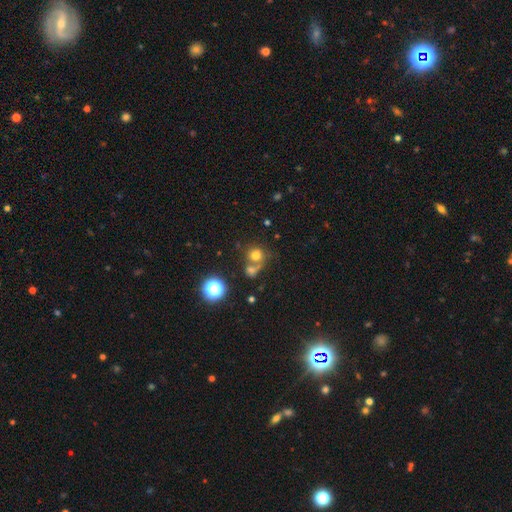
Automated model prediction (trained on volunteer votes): Morphology: type=smooth (72%); roundness=round (85%); merging=none (48%).